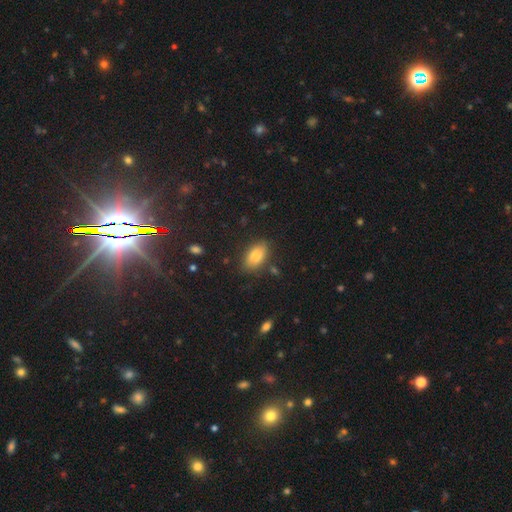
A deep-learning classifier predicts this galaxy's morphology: A smooth galaxy with no disk features (83%) that is in between round and cigar-shaped (91%). Merging: none (75%).